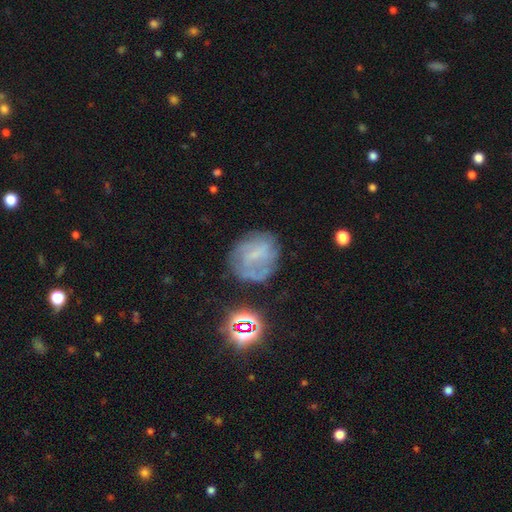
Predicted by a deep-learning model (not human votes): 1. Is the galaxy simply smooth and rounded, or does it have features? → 52% featured or disk, 32% smooth, 16% star or artifact.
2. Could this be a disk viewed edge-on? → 97% no, 3% yes.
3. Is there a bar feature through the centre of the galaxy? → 43% no, 40% weak, 16% strong.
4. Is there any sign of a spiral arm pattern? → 60% yes, 40% no.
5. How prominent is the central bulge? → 48% none, 37% small, 12% moderate, 2% large, 1% dominant.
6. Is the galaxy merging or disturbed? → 63% none, 20% minor disturbance, 13% major disturbance, 3% merger.